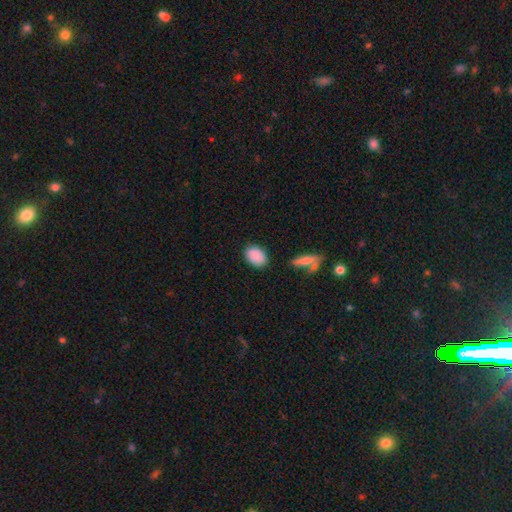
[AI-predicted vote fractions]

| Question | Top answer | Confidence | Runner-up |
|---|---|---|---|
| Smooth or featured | smooth | 88% | star or artifact (7%) |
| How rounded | in between | 82% | round (16%) |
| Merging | none | 81% | minor disturbance (12%) |